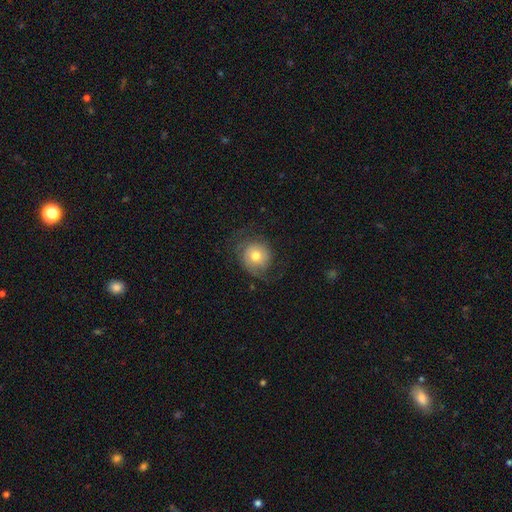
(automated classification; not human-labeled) This is possibly a featured or disk galaxy (50%). Merging: possibly none (60%).